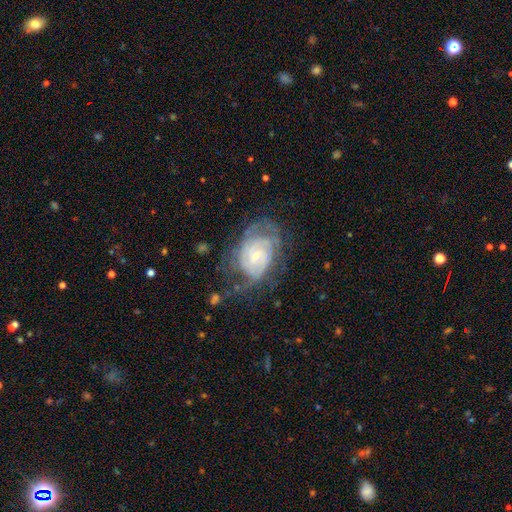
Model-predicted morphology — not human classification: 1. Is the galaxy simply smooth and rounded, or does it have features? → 81% featured or disk, 12% smooth, 7% star or artifact.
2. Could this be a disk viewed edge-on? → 97% no, 3% yes.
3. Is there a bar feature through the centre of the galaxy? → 64% no, 30% weak, 6% strong.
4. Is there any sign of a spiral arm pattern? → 91% yes, 9% no.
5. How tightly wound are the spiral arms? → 62% tight, 29% medium, 8% loose.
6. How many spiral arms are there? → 43% can't tell, 23% 2, 15% 3, 9% 4, 5% 1, 5% more than 4.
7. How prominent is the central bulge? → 70% small, 24% moderate, 2% none, 2% large, 1% dominant.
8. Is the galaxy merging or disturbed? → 54% none, 24% minor disturbance, 20% major disturbance, 2% merger.